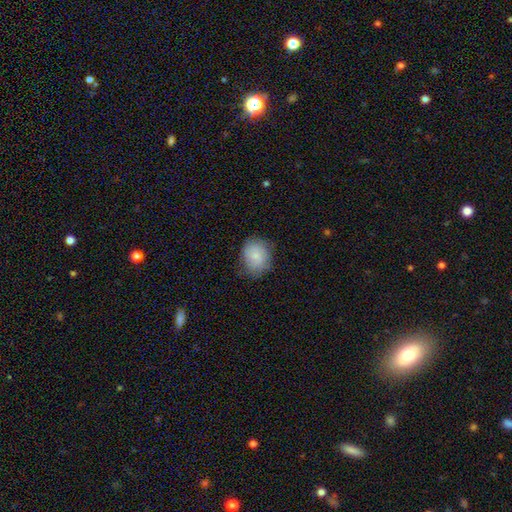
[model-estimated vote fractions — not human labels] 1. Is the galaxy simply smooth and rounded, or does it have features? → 81% smooth, 12% featured or disk, 7% star or artifact.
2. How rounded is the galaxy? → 65% round, 34% in between, 1% cigar-shaped.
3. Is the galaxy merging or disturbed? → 75% none, 20% minor disturbance, 5% major disturbance, 1% merger.